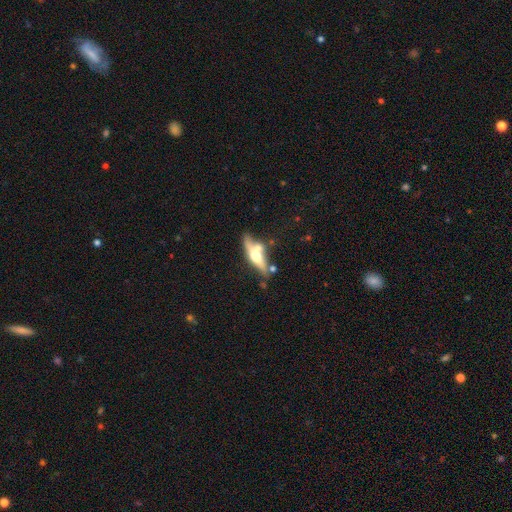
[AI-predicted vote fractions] Smooth or featured? Predicted: featured or disk (p=0.58). Edge-on disk? Predicted: yes (p=0.84). Merging? Predicted: none (p=0.53).